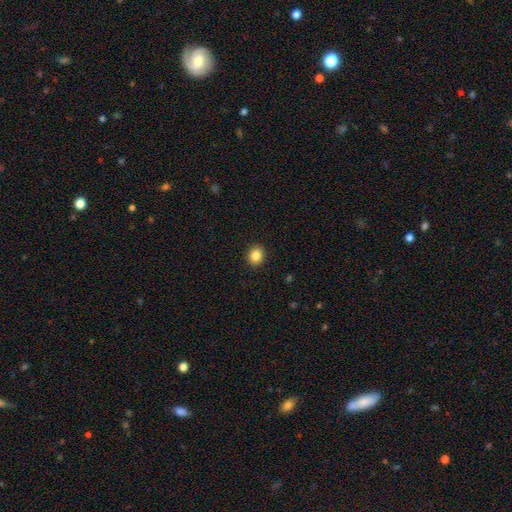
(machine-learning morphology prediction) Smooth or featured?
  - smooth: 85% *
  - star or artifact: 10%
  - featured or disk: 5%
How rounded?
  - round: 74% *
  - in between: 25%
  - cigar-shaped: 1%
Merging?
  - none: 92% *
  - minor disturbance: 6%
  - major disturbance: 2%
  - merger: 1%